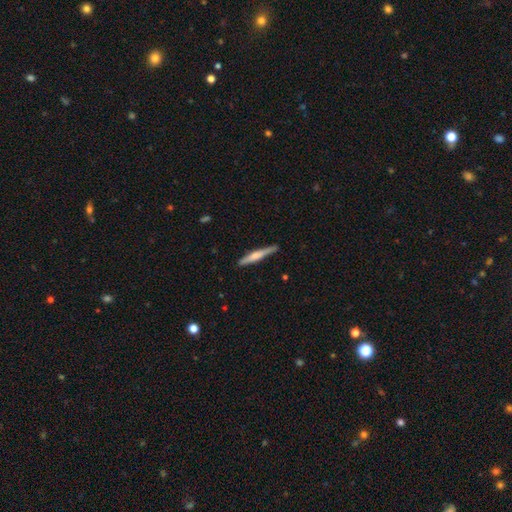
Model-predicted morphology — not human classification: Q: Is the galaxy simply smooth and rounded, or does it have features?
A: featured or disk — 48%.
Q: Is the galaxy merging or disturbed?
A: none — 85%.